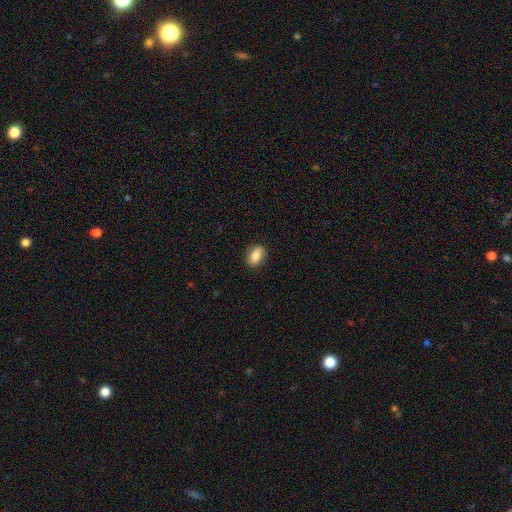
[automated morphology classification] smooth_or_featured: smooth (p=0.84) [alt: featured or disk p=0.08]
how_rounded: in between (p=0.86) [alt: round p=0.12]
merging: none (p=0.89) [alt: minor disturbance p=0.08]